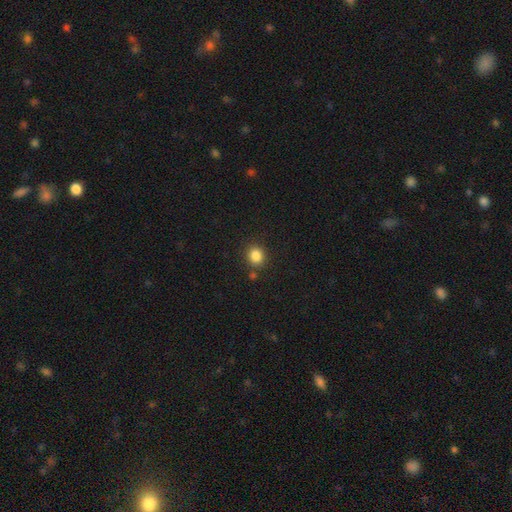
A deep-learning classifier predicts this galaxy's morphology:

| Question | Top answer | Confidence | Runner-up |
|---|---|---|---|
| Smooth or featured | smooth | 84% | star or artifact (11%) |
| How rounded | round | 78% | in between (22%) |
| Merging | none | 83% | minor disturbance (9%) |